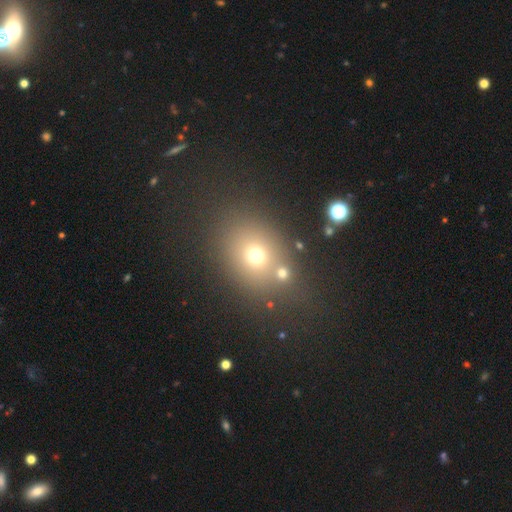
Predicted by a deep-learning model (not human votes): Smooth or featured? Predicted: smooth (p=0.66). How rounded? Predicted: round (p=0.56). Merging? Predicted: none (p=0.69).